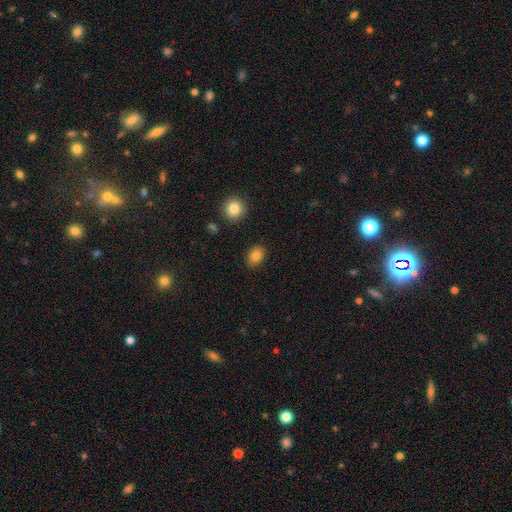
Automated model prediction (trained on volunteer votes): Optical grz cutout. It shows a smooth galaxy with no disk features (83%) that is in between round and cigar-shaped (69%). Merging: none (87%).